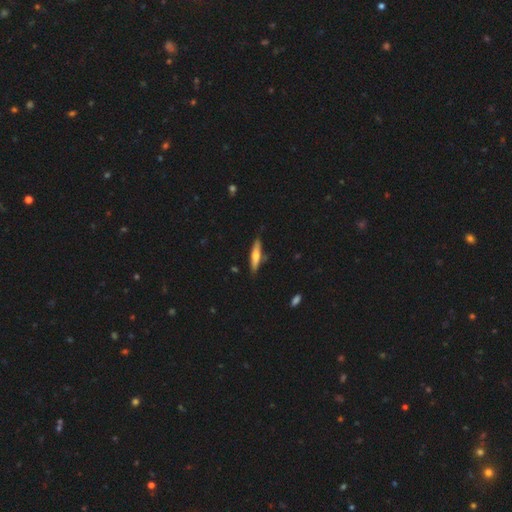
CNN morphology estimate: Smooth or featured?
  - smooth: 52% *
  - featured or disk: 42%
  - star or artifact: 6%
How rounded?
  - cigar-shaped: 81% *
  - in between: 17%
  - round: 2%
Merging?
  - none: 82% *
  - minor disturbance: 13%
  - merger: 3%
  - major disturbance: 2%